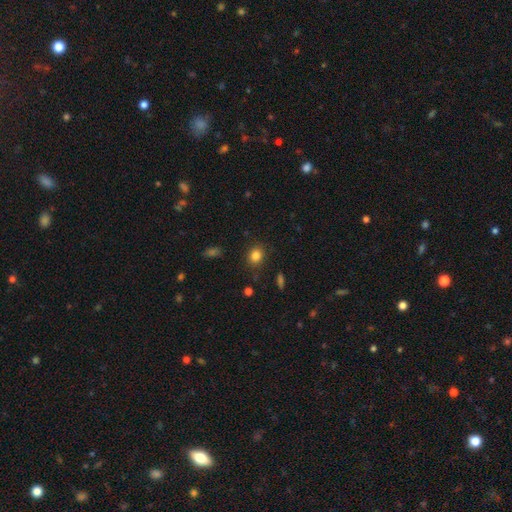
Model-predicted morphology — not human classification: This appears to be a smooth galaxy with no disk features (83%) that is round (67%). Merging: none (85%).